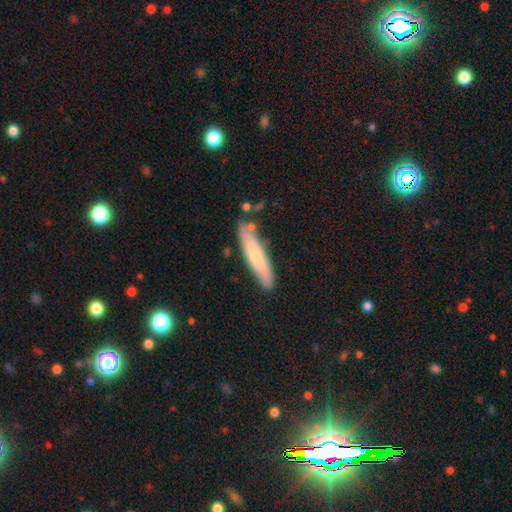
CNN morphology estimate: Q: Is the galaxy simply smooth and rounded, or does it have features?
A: smooth — 67%.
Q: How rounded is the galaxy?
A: cigar-shaped — 85%.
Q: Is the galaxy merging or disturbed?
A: none — 77%.